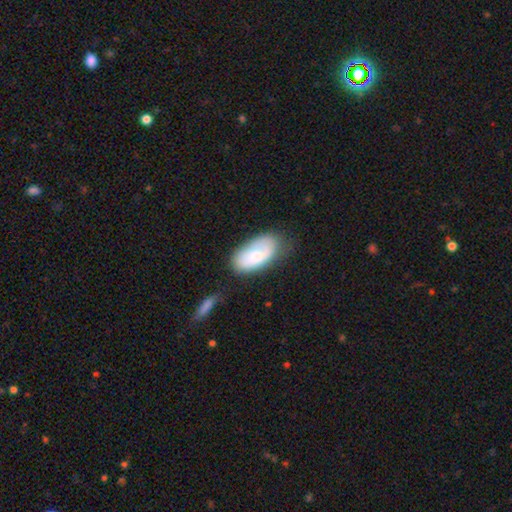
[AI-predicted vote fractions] smooth 70%, featured or disk 24%, star or artifact 6%. Down the decision tree: how rounded — in between (94%); merging — none (53%).